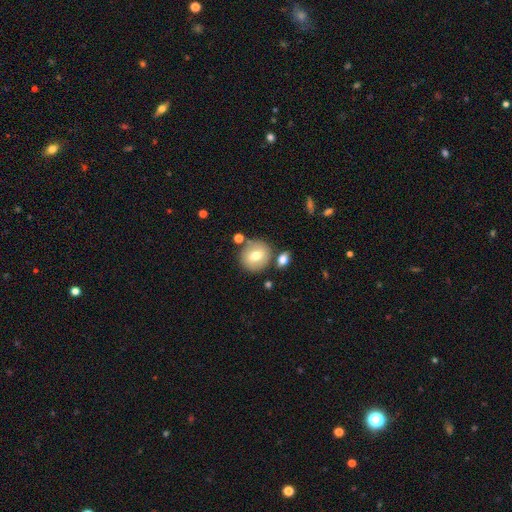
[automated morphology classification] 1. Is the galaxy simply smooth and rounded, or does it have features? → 66% smooth, 26% featured or disk, 8% star or artifact.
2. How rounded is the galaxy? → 82% round, 17% in between, 1% cigar-shaped.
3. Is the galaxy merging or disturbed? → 77% none, 10% minor disturbance, 10% merger, 3% major disturbance.